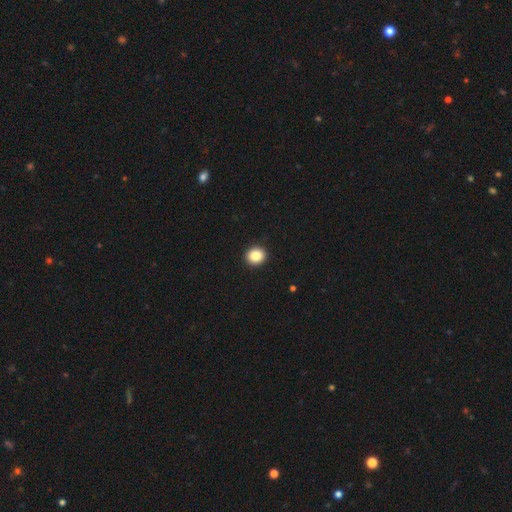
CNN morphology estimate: This is clearly a smooth galaxy (86%). How rounded: clearly round (86%). Merging: clearly none (93%).